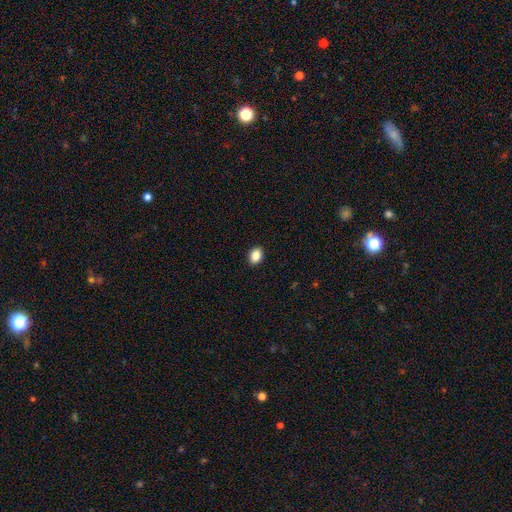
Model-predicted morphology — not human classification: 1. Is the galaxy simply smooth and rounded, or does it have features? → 87% smooth, 9% star or artifact, 4% featured or disk.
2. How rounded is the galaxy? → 71% in between, 28% round, 1% cigar-shaped.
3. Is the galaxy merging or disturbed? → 91% none, 6% minor disturbance, 2% major disturbance, 1% merger.